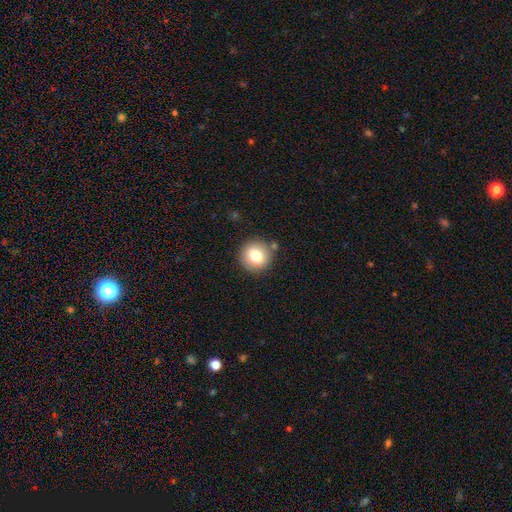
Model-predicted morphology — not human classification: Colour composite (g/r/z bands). It shows a smooth galaxy with no disk features (76%) that is round (90%). Merging: none (82%).